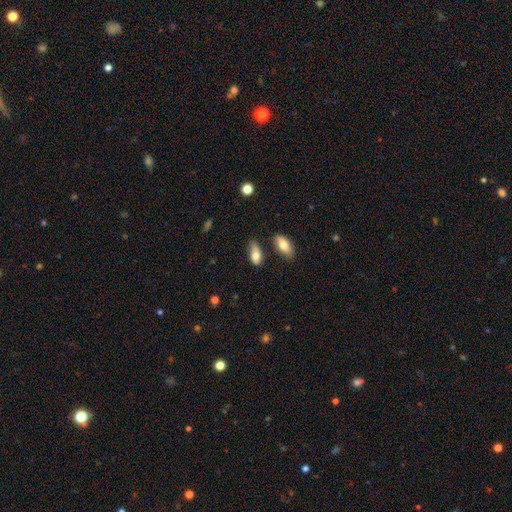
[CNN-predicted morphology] Overall: smooth (76%). How rounded: in between (85%). Merging: none (47%; minor disturbance 30%).